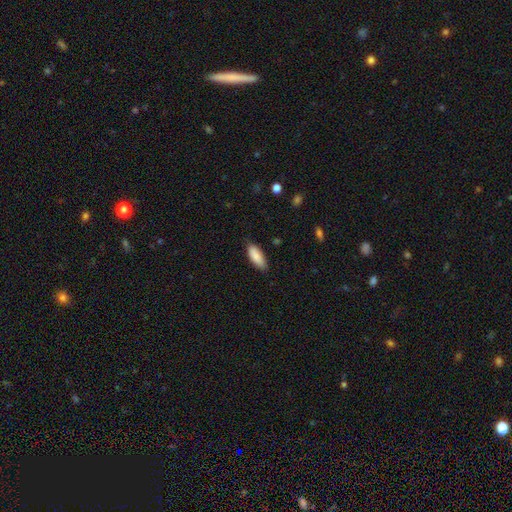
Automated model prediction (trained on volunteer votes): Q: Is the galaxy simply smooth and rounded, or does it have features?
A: smooth — 88%.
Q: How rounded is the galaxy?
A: in between — 78%.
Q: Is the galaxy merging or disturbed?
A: none — 82%.